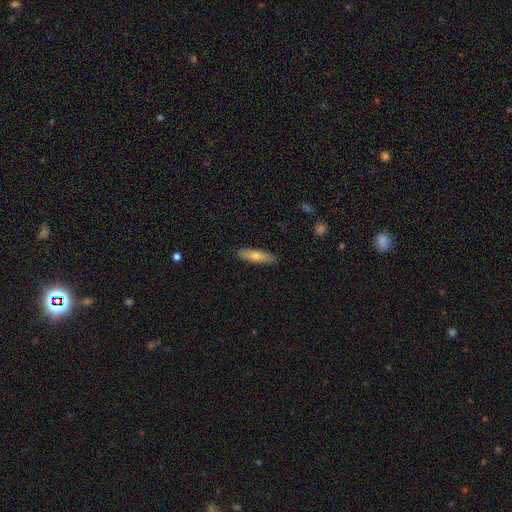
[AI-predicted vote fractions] Overall: smooth (66%; featured or disk 27%). How rounded: cigar-shaped (68%; in between 30%). Merging: none (89%).